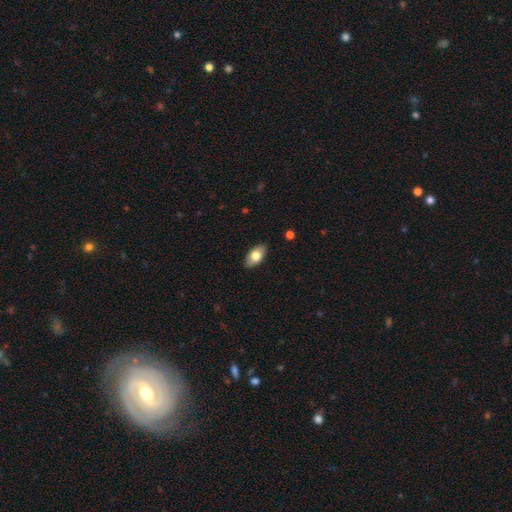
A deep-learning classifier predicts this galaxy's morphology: Q: Smooth or featured?
A: smooth (76%); runner-up: featured or disk (18%)
Q: How rounded?
A: in between (93%); runner-up: round (4%)
Q: Merging?
A: none (88%); runner-up: minor disturbance (9%)